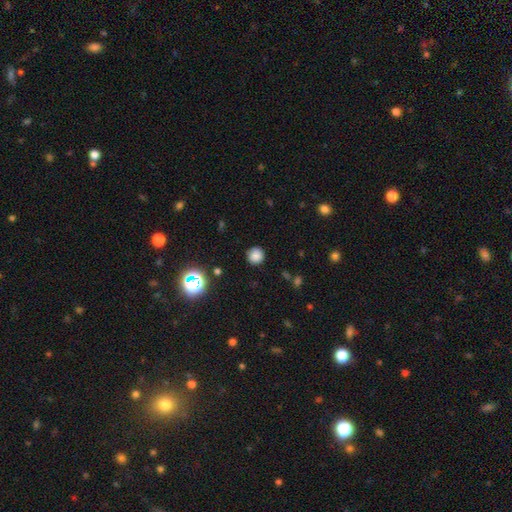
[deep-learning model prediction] Overall: smooth (81%). How rounded: round (93%). Merging: none (88%).